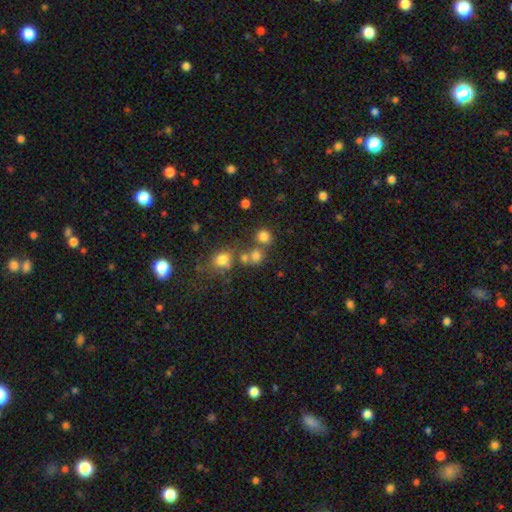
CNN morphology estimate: Smooth or featured: smooth — 74% (star or artifact — 18%)
How rounded: round — 83% (in between — 15%)
Merging: none — 58% (merger — 28%)